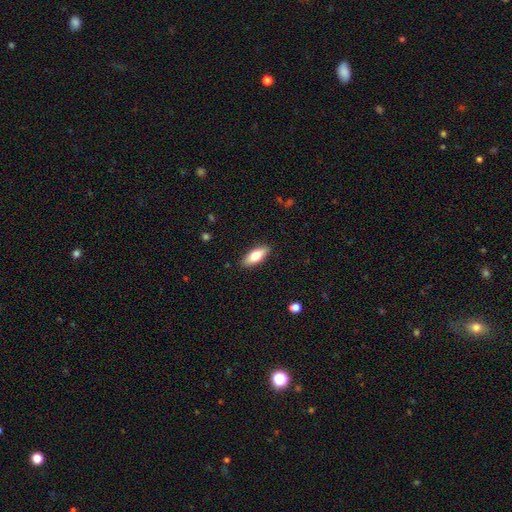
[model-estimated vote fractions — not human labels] smooth 69%, featured or disk 24%, star or artifact 6%. Down the decision tree: how rounded — in between (73%); merging — none (89%).